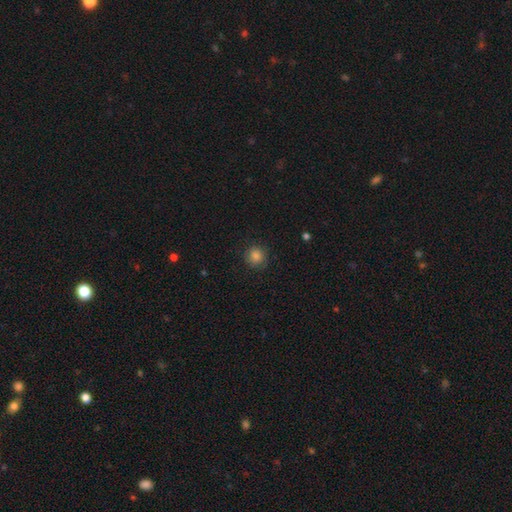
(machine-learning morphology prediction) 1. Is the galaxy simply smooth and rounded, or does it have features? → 83% smooth, 11% star or artifact, 6% featured or disk.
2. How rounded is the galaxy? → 90% round, 9% in between, 1% cigar-shaped.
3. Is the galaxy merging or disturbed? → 83% none, 12% minor disturbance, 4% major disturbance, 1% merger.